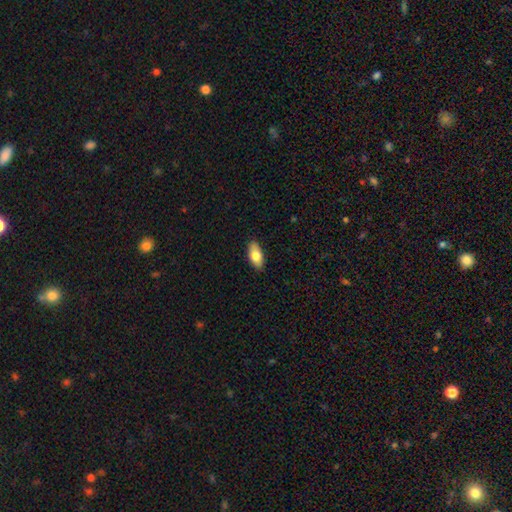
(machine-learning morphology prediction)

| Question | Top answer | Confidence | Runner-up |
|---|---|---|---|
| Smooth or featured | smooth | 80% | featured or disk (13%) |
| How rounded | in between | 90% | cigar-shaped (8%) |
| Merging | none | 88% | minor disturbance (9%) |